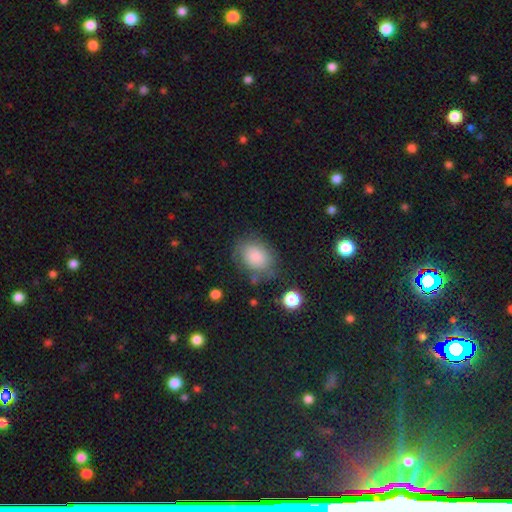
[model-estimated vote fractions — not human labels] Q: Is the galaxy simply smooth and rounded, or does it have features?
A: smooth — 80%.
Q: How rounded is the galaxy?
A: in between — 63%.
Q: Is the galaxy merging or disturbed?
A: none — 69%.